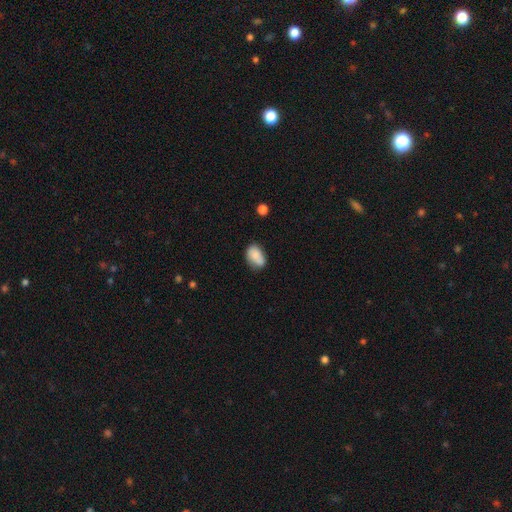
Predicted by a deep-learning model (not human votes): smooth 83%, featured or disk 9%, star or artifact 8%. Down the decision tree: how rounded — in between (87%); merging — none (62%).